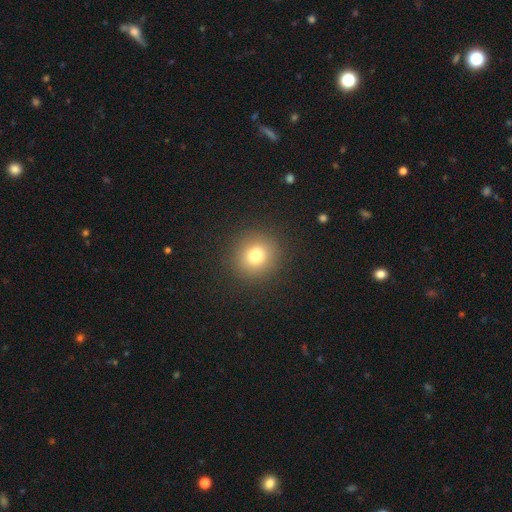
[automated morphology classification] This is likely a smooth galaxy (79%). How rounded: clearly round (87%). Merging: clearly none (90%).